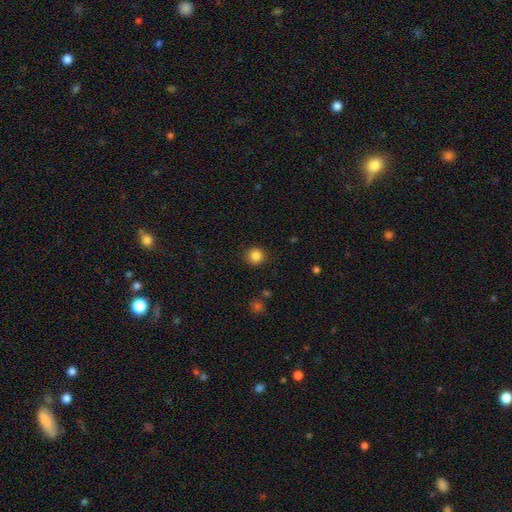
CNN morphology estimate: type=smooth (85%); roundness=round (92%); merging=none (90%).